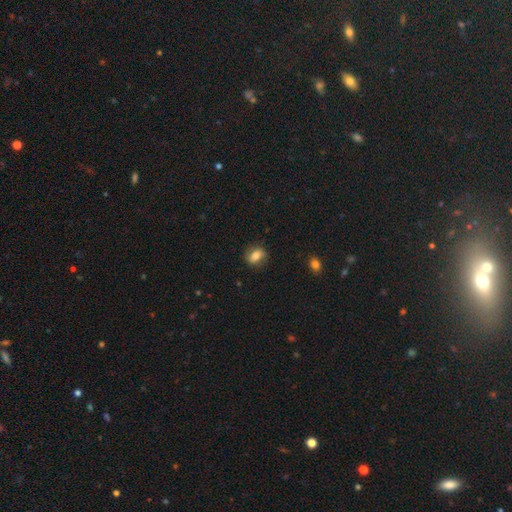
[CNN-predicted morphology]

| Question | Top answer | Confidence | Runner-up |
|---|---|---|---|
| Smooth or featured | smooth | 75% | featured or disk (16%) |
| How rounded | in between | 60% | round (37%) |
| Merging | none | 81% | minor disturbance (14%) |